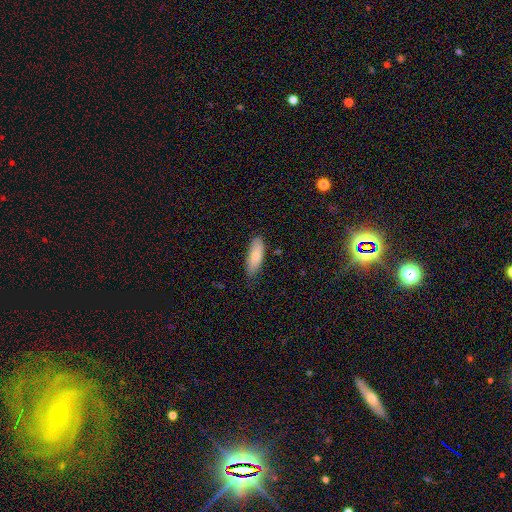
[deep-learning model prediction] Smooth or featured? smooth (77%)
How rounded? in between (72%)
Merging? none (79%)